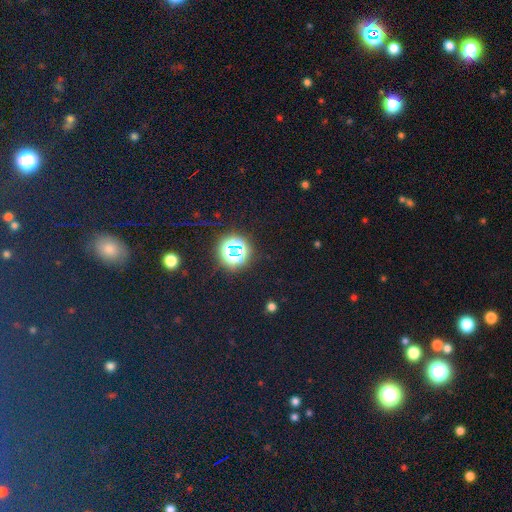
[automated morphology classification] This is likely a star or artifact rather than a galaxy (62%).